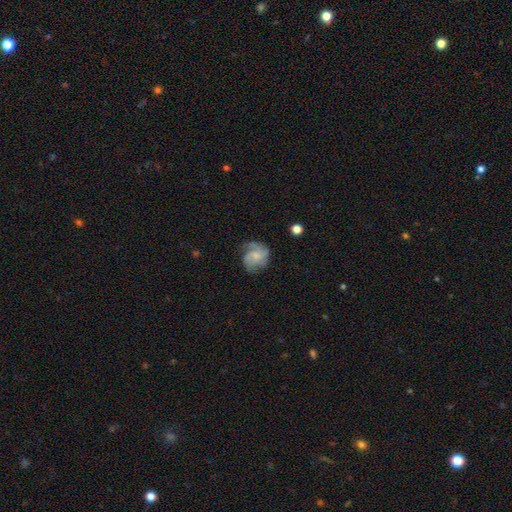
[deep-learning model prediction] Smooth or featured? Predicted: featured or disk (p=0.64). Edge-on disk? Predicted: no (p=0.98). Bar? Predicted: no (p=0.69). Spiral arms? Predicted: yes (p=0.91). Spiral winding? Predicted: medium (p=0.45). Spiral arm count? Predicted: 3 (p=0.30). Bulge size? Predicted: small (p=0.54). Merging? Predicted: none (p=0.59).